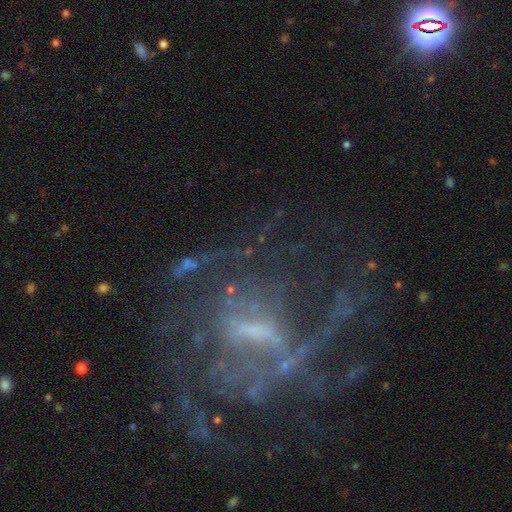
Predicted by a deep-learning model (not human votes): A featured or disk galaxy (77%) with a weak bar (45%), medium (40%) spiral arms (70%) and a small central bulge (44%). Merging: none (52%).